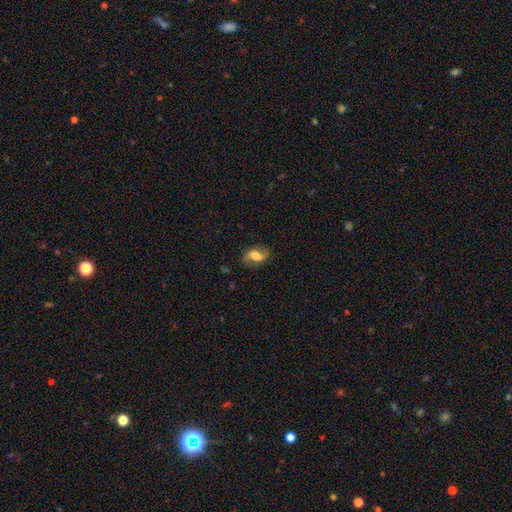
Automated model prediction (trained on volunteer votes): Q: Smooth or featured?
A: smooth (46%); runner-up: featured or disk (45%)
Q: Merging?
A: none (75%); runner-up: minor disturbance (17%)